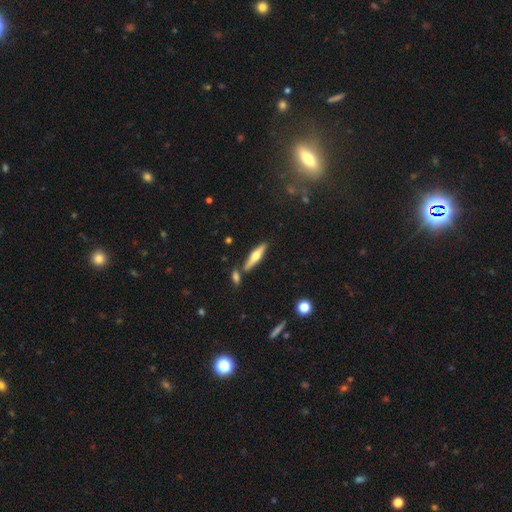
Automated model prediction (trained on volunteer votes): This appears to be a featured or disk galaxy (55%) viewed edge-on (94%) with a rounded central bulge (92%). Merging: none (79%).